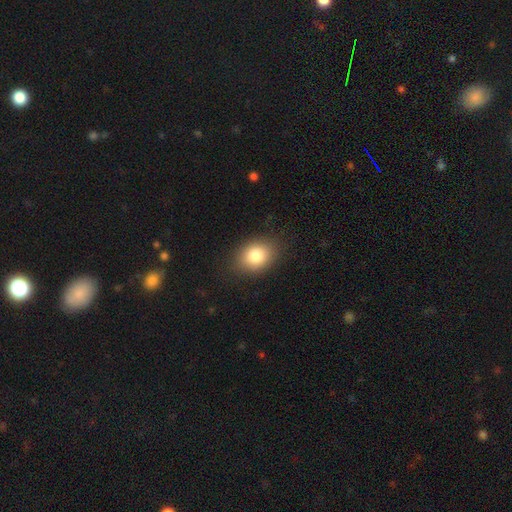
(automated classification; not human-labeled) A smooth galaxy with no disk features (82%) that is in between round and cigar-shaped (63%).

Vote fractions:
- Smooth or featured? smooth: 82% / star or artifact: 10% / featured or disk: 9%
- How rounded? in between: 63% / round: 36% / cigar-shaped: 1%
- Merging? none: 87% / minor disturbance: 9% / major disturbance: 3% / merger: 1%